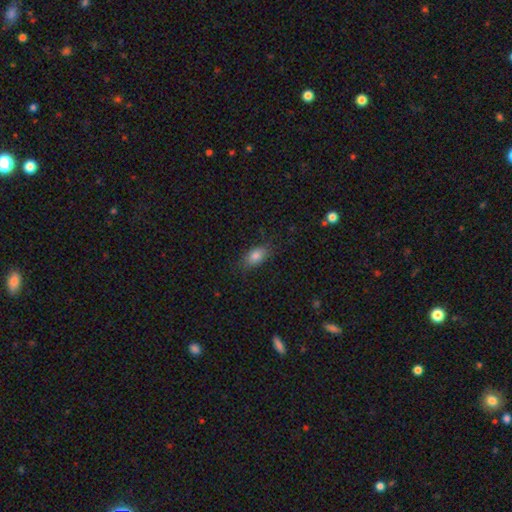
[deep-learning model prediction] smooth 82%, star or artifact 9%, featured or disk 9%. Down the decision tree: how rounded — in between (86%); merging — none (78%).